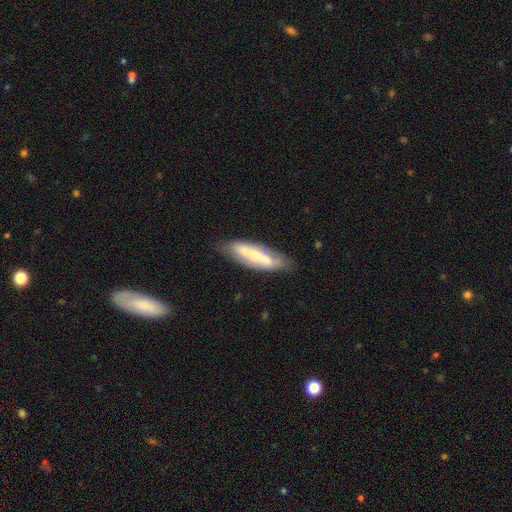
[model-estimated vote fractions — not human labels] smooth_or_featured: featured or disk (p=0.48) [alt: smooth p=0.46]
merging: none (p=0.75) [alt: minor disturbance p=0.18]